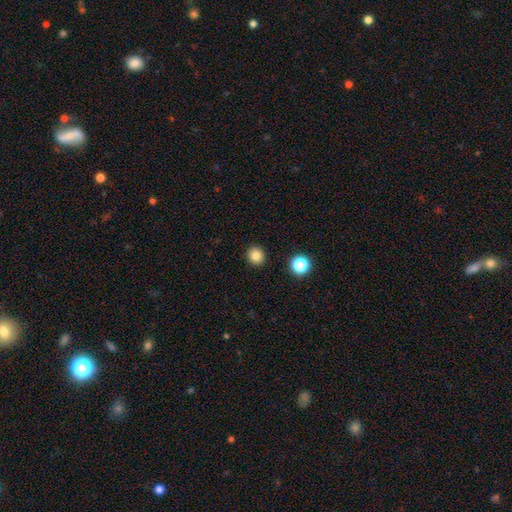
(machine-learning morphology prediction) This is clearly a smooth galaxy (82%). How rounded: clearly round (87%). Merging: clearly none (91%).